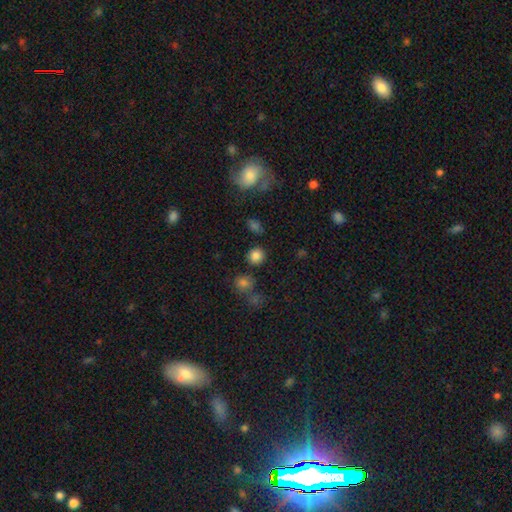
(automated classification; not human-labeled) smooth-or-featured: smooth: 83% | star or artifact: 12% | featured or disk: 5%
  how-rounded: round: 89% | in between: 10% | cigar-shaped: 1%
  merging: none: 84% | minor disturbance: 8% | merger: 5% | major disturbance: 3%